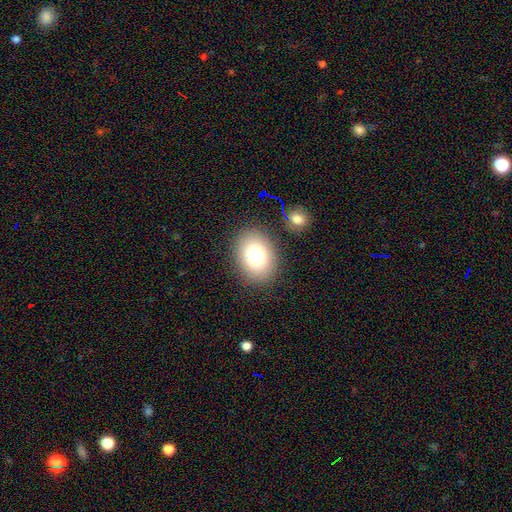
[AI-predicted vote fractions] Smooth or featured?
  - smooth: 80% *
  - star or artifact: 10%
  - featured or disk: 10%
How rounded?
  - in between: 67% *
  - round: 32%
  - cigar-shaped: 1%
Merging?
  - none: 85% *
  - minor disturbance: 9%
  - merger: 3%
  - major disturbance: 3%